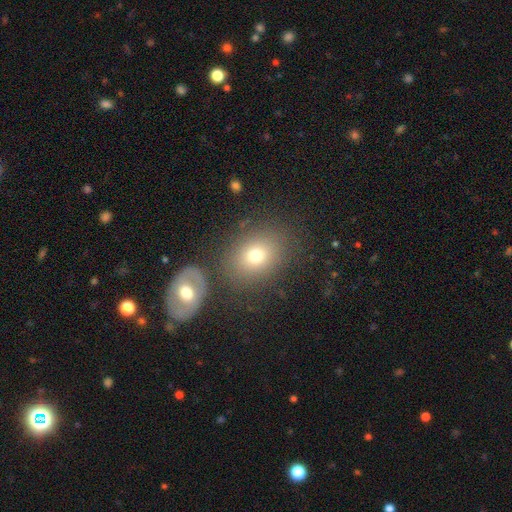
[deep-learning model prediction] This is likely a smooth galaxy (72%). How rounded: possibly in between (57%). Merging: likely none (71%).